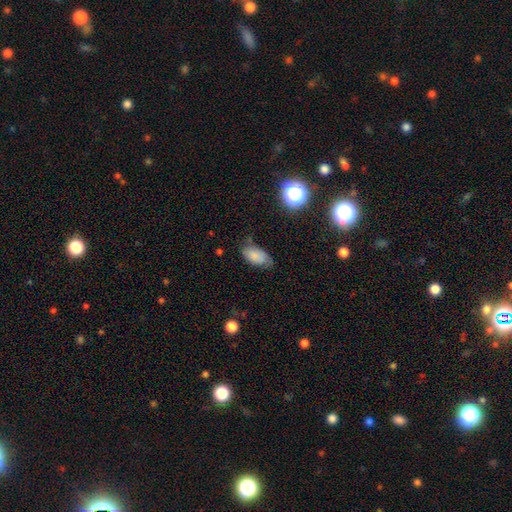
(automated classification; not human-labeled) A smooth galaxy with no disk features (77%) that is in between round and cigar-shaped (93%). Merging: none (61%).